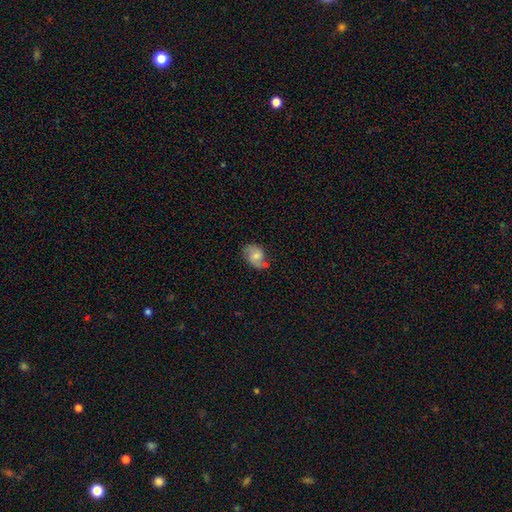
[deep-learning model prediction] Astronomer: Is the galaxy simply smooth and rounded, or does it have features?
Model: smooth — 60%.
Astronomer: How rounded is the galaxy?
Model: in between — 76%.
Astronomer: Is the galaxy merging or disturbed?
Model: none — 56%.